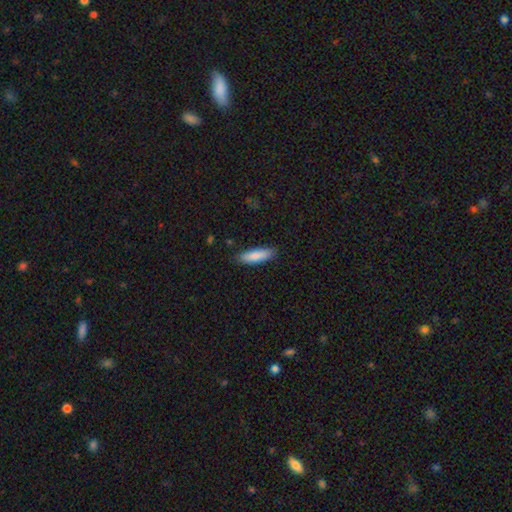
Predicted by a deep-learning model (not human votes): The model was most divided on "how rounded": cigar-shaped: 52%, in between: 47%, round: 2%. More confident: merging — none (86%); smooth or featured — smooth (85%).